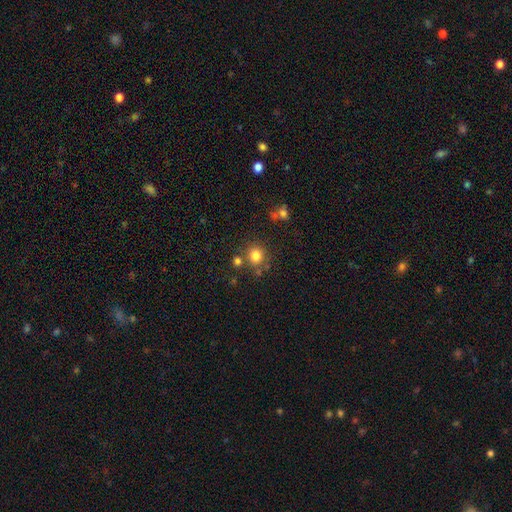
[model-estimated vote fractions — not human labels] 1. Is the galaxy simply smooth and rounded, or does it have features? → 79% smooth, 14% star or artifact, 7% featured or disk.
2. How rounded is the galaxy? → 83% round, 16% in between, 1% cigar-shaped.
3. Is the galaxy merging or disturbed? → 73% none, 12% merger, 11% minor disturbance, 4% major disturbance.